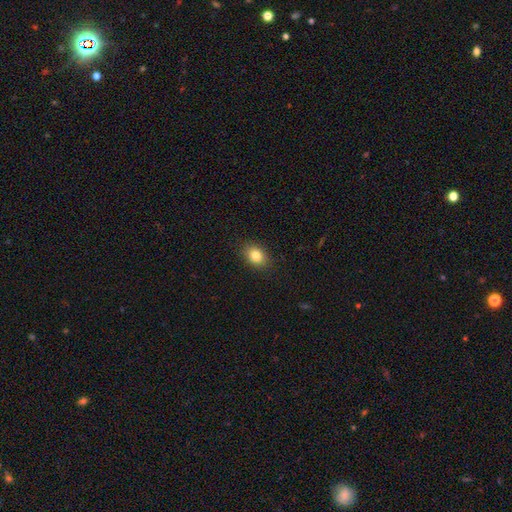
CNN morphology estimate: The model was most divided on "how rounded": in between: 67%, round: 31%, cigar-shaped: 1%. More confident: merging — none (88%); smooth or featured — smooth (83%).